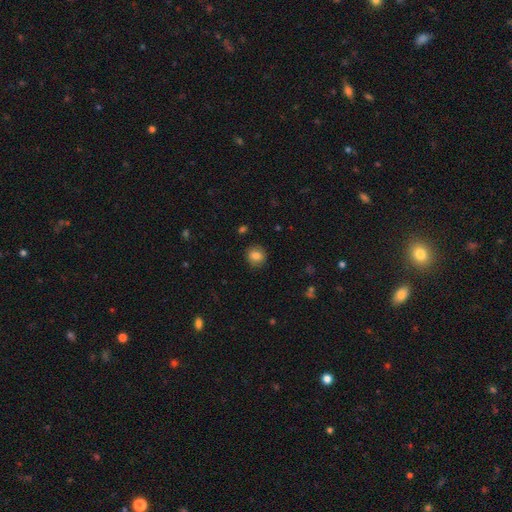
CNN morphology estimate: Smooth or featured?
  - smooth: 84% *
  - star or artifact: 9%
  - featured or disk: 7%
How rounded?
  - round: 81% *
  - in between: 18%
  - cigar-shaped: 1%
Merging?
  - none: 87% *
  - minor disturbance: 9%
  - major disturbance: 3%
  - merger: 1%